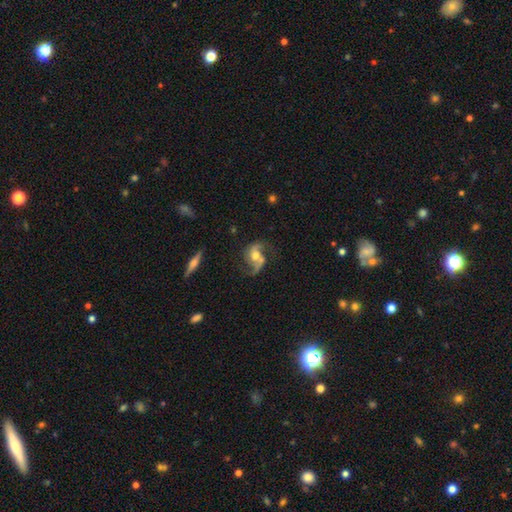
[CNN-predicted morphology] Smooth or featured?
  - featured or disk: 84% *
  - smooth: 9%
  - star or artifact: 7%
Edge-on disk?
  - no: 97% *
  - yes: 3%
Bar?
  - no: 58% *
  - weak: 32%
  - strong: 10%
Spiral arms?
  - yes: 95% *
  - no: 5%
Spiral winding?
  - loose: 57% *
  - medium: 36%
  - tight: 7%
Spiral arm count?
  - 2: 88% *
  - 1: 5%
  - can't tell: 3%
  - 3: 2%
  - 4: 1%
  - more than 4: 1%
Bulge size?
  - moderate: 66% *
  - small: 18%
  - large: 11%
  - none: 3%
  - dominant: 2%
Merging?
  - none: 56% *
  - minor disturbance: 17%
  - major disturbance: 14%
  - merger: 13%